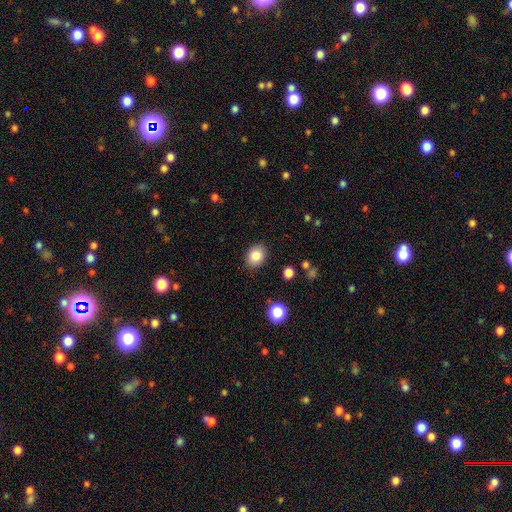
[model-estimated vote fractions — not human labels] Smooth or featured? smooth (85%)
How rounded? in between (55%)
Merging? none (87%)